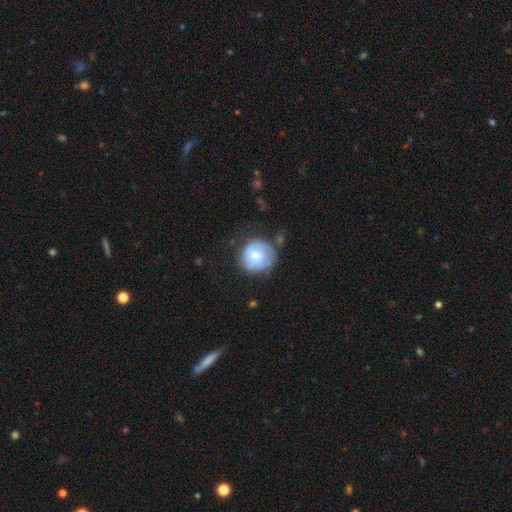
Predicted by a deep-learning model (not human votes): A smooth galaxy with no disk features (48%). Merging: none (61%).